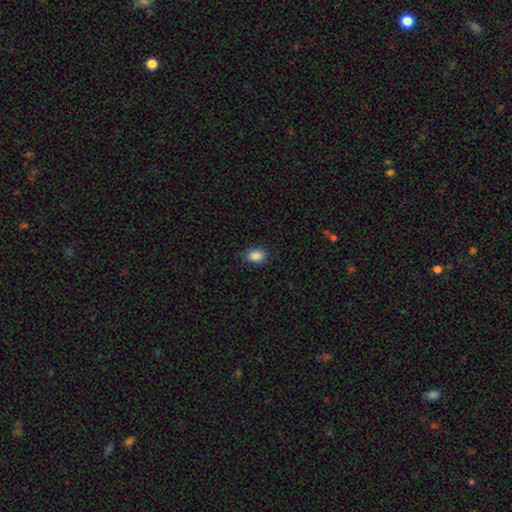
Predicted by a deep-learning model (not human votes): Overall: smooth (88%). How rounded: in between (74%). Merging: none (81%).